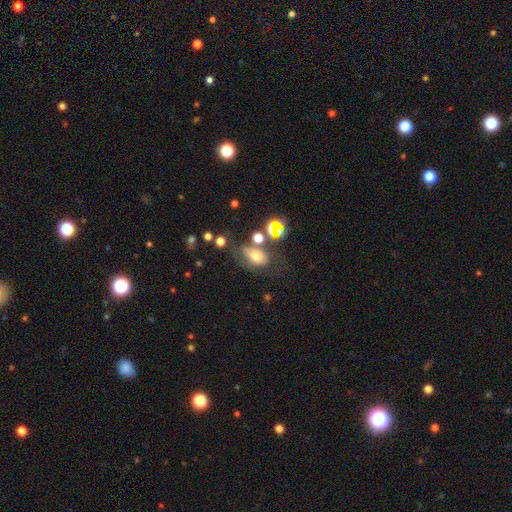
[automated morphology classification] smooth_or_featured: smooth (p=0.58) [alt: featured or disk p=0.21]
how_rounded: in between (p=0.80) [alt: round p=0.18]
merging: none (p=0.42) [alt: minor disturbance p=0.22]